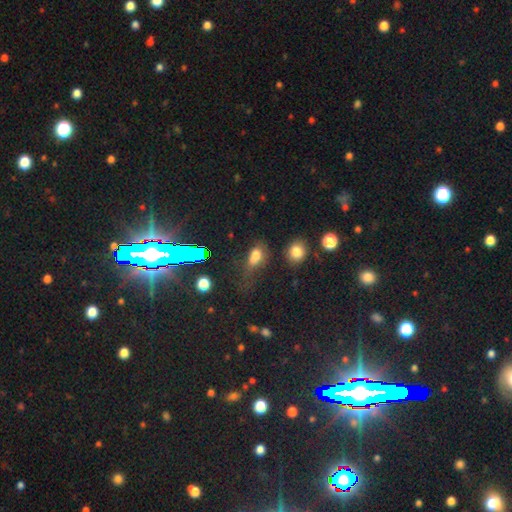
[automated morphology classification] smooth 70%, star or artifact 18%, featured or disk 12%. Down the decision tree: how rounded — in between (74%); merging — none (36%).